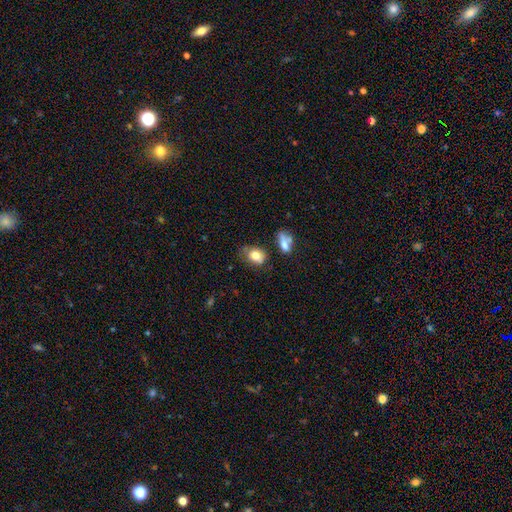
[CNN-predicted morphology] The model was most divided on "merging": none: 50%, minor disturbance: 30%, major disturbance: 10%, merger: 10%. More confident: smooth or featured — smooth (77%); how rounded — in between (68%).